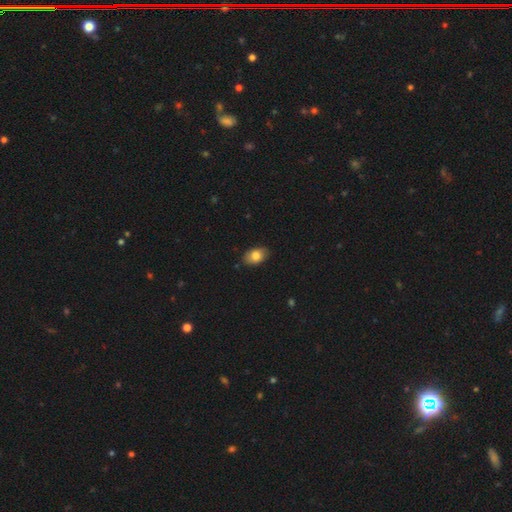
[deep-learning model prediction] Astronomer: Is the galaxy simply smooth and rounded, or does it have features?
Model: smooth — 81%.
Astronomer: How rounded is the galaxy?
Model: in between — 88%.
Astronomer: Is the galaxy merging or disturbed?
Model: none — 85%.